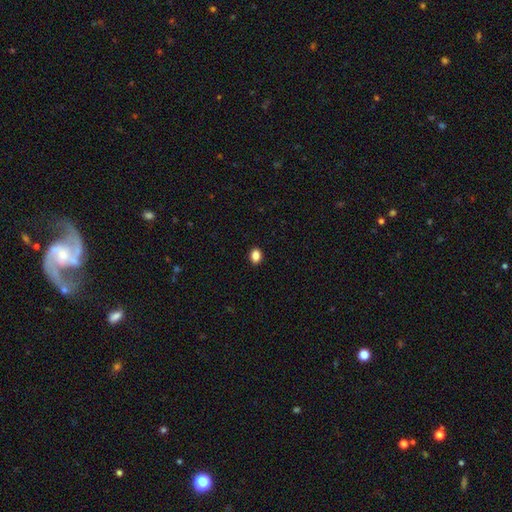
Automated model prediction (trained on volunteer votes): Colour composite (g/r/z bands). It shows a smooth galaxy with no disk features (87%) that is in between round and cigar-shaped (68%). Merging: none (91%).